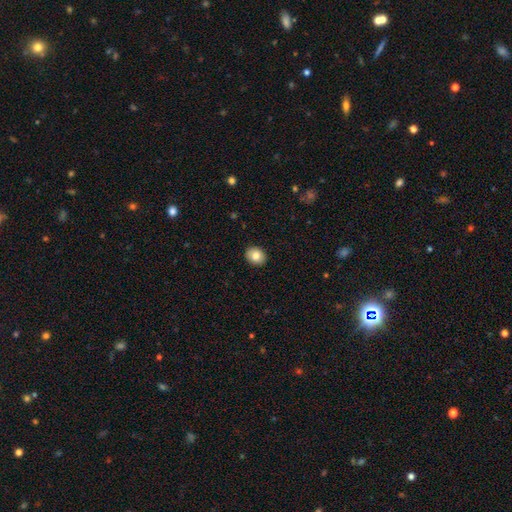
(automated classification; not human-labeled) smooth-or-featured: smooth: 82% | featured or disk: 9% | star or artifact: 8%
  how-rounded: round: 57% | in between: 43% | cigar-shaped: 1%
  merging: none: 91% | minor disturbance: 6% | major disturbance: 2% | merger: 1%